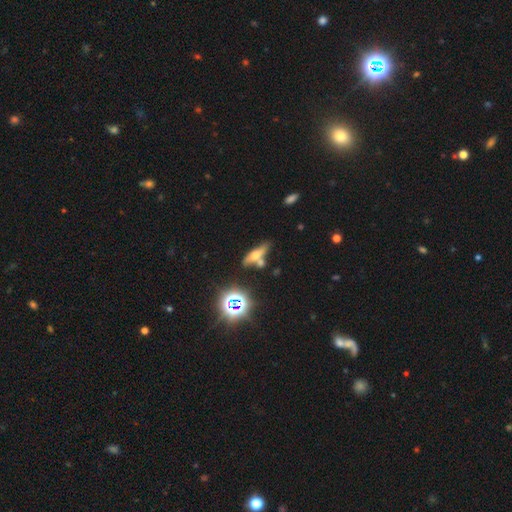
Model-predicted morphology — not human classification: The model was most divided on "smooth or featured": smooth: 42%, featured or disk: 39%, star or artifact: 19%. More confident: merging — none (55%).